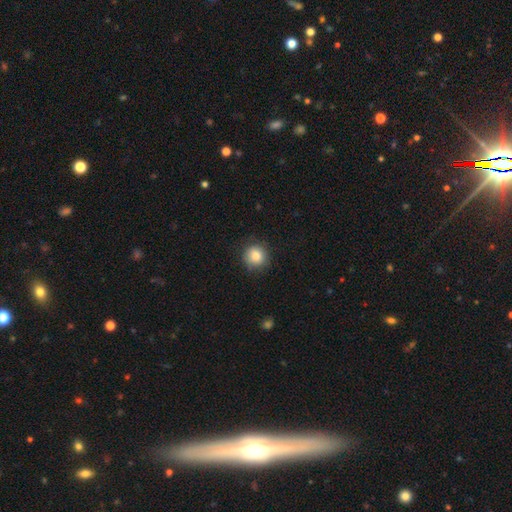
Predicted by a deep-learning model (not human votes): Q: Smooth or featured?
A: smooth (82%); runner-up: star or artifact (9%)
Q: How rounded?
A: round (90%); runner-up: in between (9%)
Q: Merging?
A: none (85%); runner-up: minor disturbance (11%)